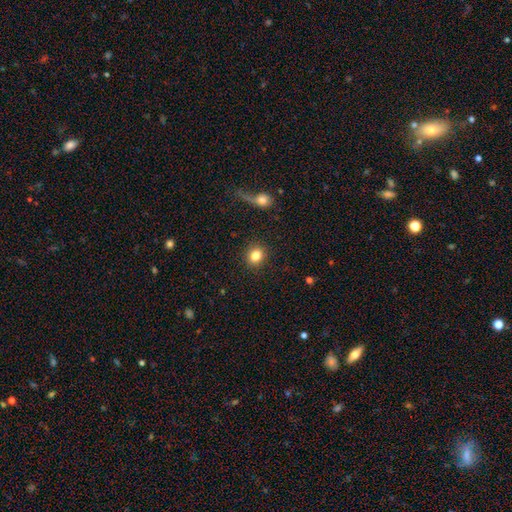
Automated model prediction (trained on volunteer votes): Q: Smooth or featured?
A: smooth (83%); runner-up: star or artifact (10%)
Q: How rounded?
A: round (80%); runner-up: in between (19%)
Q: Merging?
A: none (90%); runner-up: minor disturbance (5%)